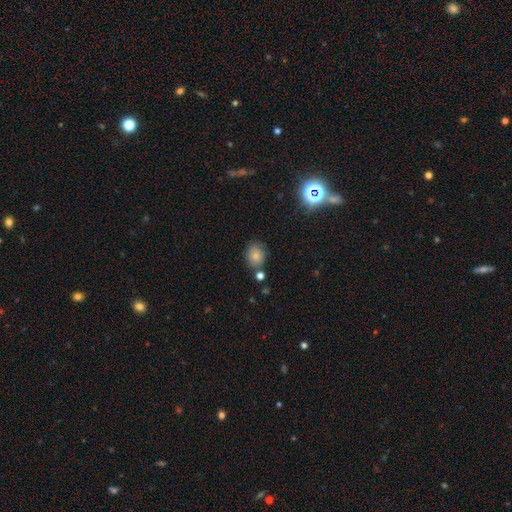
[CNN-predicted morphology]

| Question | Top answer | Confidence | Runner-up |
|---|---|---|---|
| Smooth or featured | smooth | 80% | star or artifact (12%) |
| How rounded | round | 56% | in between (43%) |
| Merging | none | 72% | minor disturbance (15%) |